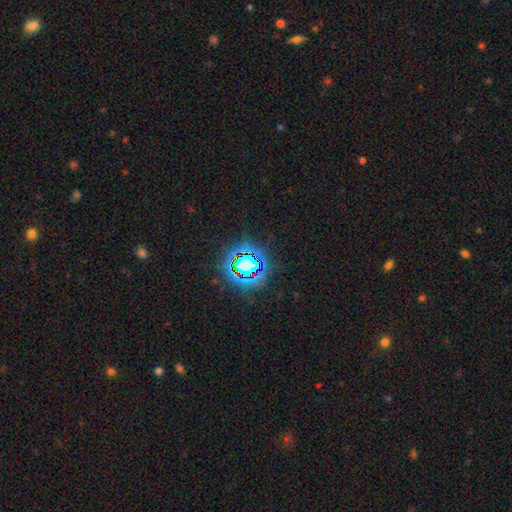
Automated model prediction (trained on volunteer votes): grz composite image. It shows a star or artifact, not a galaxy (75%).